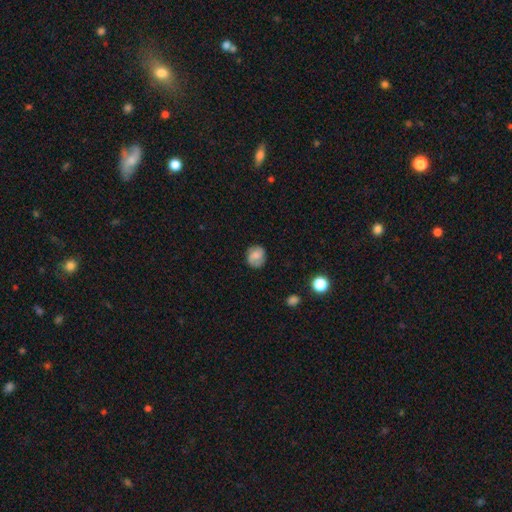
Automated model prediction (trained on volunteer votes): Morphology: type=smooth (65%); roundness=round (74%); merging=none (76%).